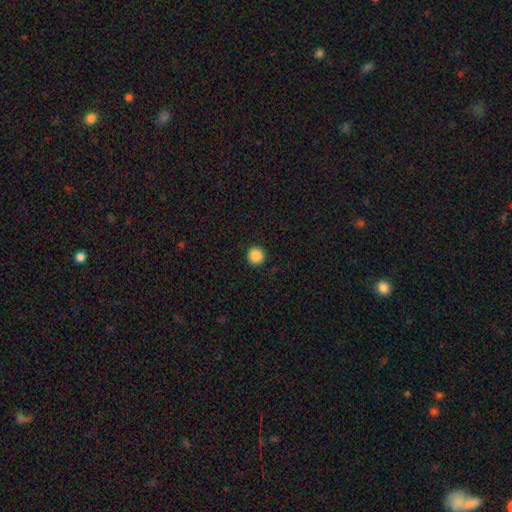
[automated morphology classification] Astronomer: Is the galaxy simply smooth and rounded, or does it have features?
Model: smooth — 88%.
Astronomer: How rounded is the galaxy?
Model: round — 96%.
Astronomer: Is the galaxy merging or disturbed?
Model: none — 93%.